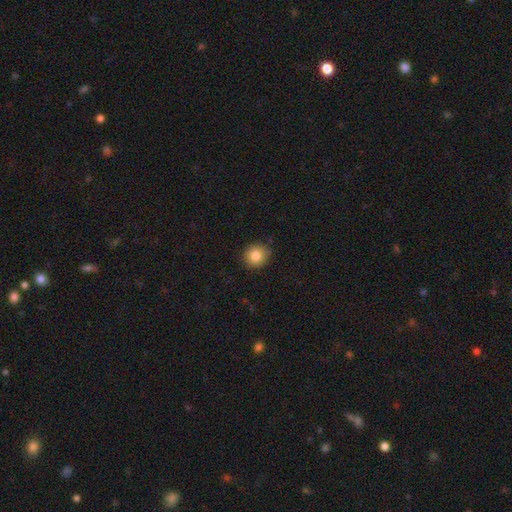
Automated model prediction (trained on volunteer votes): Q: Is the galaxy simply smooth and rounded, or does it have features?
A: smooth — 83%.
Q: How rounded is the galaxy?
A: round — 86%.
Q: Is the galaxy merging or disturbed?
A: none — 87%.